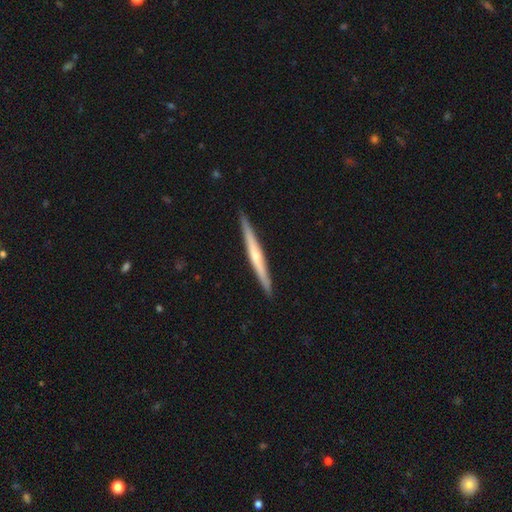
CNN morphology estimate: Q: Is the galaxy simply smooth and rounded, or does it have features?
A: featured or disk — 64%.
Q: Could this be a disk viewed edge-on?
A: yes — 97%.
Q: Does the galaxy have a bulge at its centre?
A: rounded — 59%.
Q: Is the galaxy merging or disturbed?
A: none — 92%.